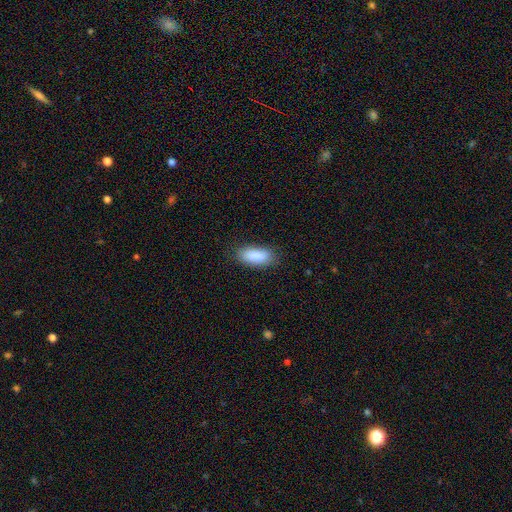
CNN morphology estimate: Smooth or featured? Predicted: smooth (p=0.89). How rounded? Predicted: in between (p=0.86). Merging? Predicted: none (p=0.84).